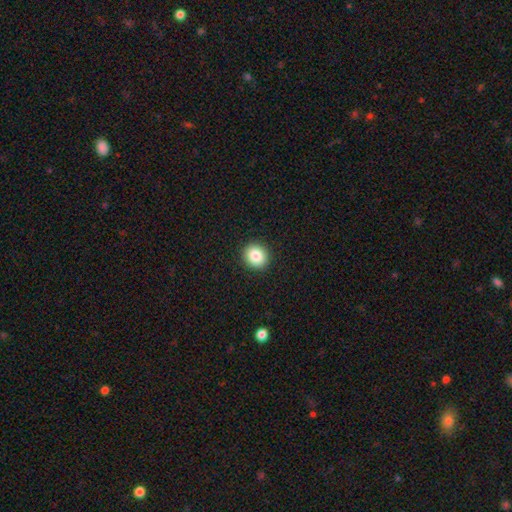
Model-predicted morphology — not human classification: A smooth galaxy with no disk features (85%) that is round (79%). Merging: none (92%).